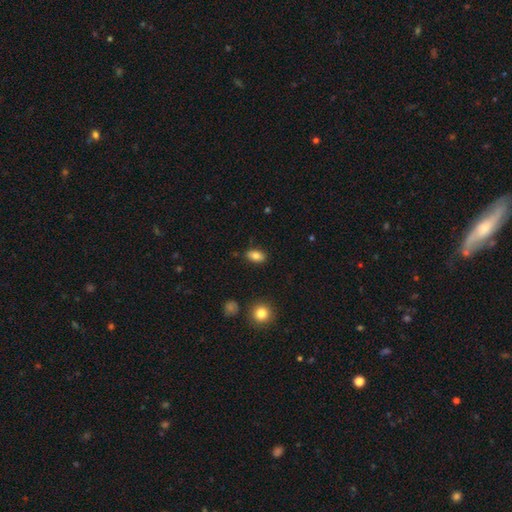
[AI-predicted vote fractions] The model was most divided on "smooth or featured": smooth: 82%, featured or disk: 9%, star or artifact: 9%. More confident: how rounded — in between (89%); merging — none (86%).